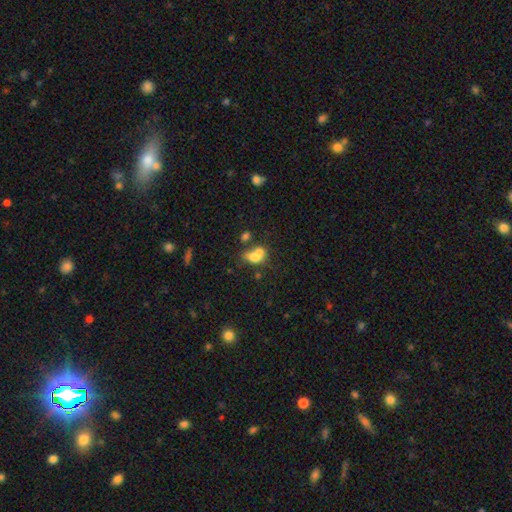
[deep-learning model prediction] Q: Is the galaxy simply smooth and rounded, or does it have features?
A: smooth — 68%.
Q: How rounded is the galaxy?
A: in between — 65%.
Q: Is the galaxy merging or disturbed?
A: merger — 61%.